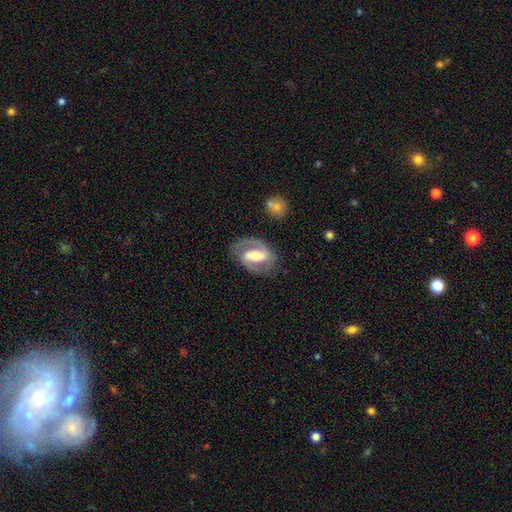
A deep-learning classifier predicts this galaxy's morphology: type=featured or disk (80%); edge-on=no (96%); bar=strong (54%); spiral arms=yes (88%); winding=medium (53%); arm count=2 (87%); bulge=moderate (61%); merging=none (78%).